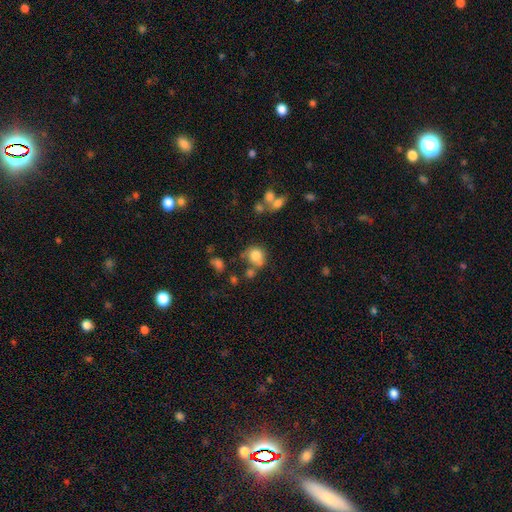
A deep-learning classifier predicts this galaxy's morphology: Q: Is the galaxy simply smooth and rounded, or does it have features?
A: smooth — 79%.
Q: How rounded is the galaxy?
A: round — 72%.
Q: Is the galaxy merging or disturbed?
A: none — 47%.